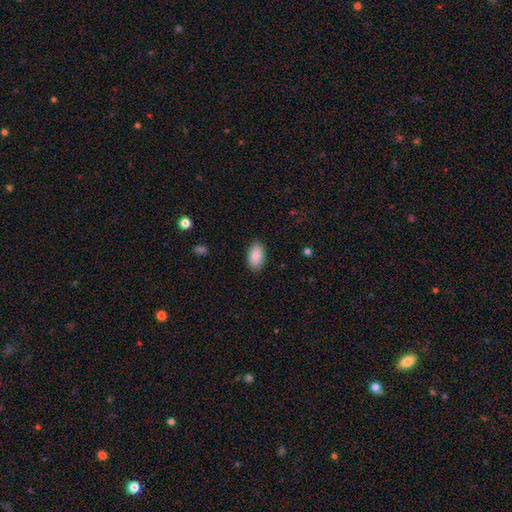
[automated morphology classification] Smooth or featured? Predicted: smooth (p=0.88). How rounded? Predicted: in between (p=0.95). Merging? Predicted: none (p=0.88).